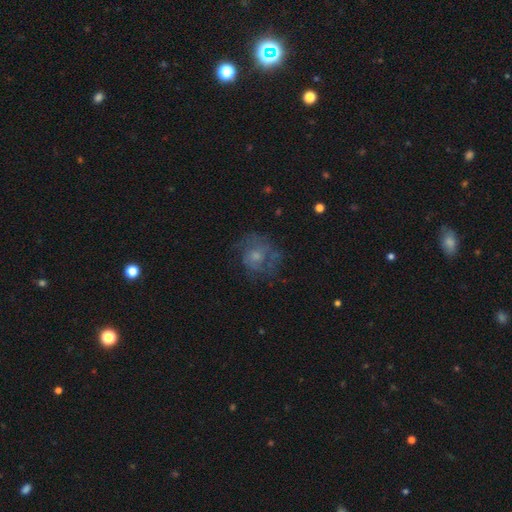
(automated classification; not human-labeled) Q: Smooth or featured?
A: featured or disk (47%); runner-up: smooth (40%)
Q: Merging?
A: none (57%); runner-up: minor disturbance (21%)